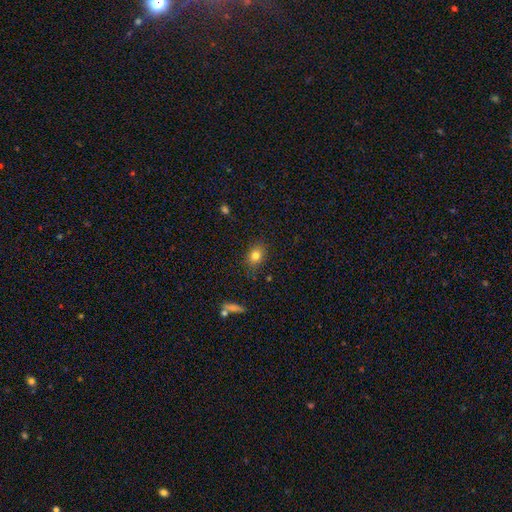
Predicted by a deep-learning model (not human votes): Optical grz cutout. It shows a smooth galaxy with no disk features (80%) that is in between round and cigar-shaped (56%). Merging: none (84%).